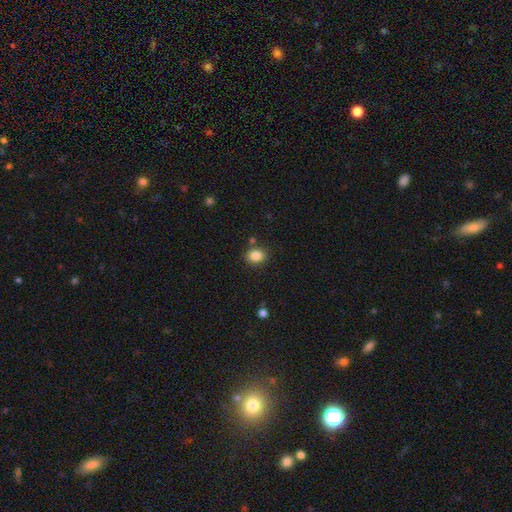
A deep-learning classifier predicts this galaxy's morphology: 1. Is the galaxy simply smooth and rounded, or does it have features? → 85% smooth, 10% star or artifact, 5% featured or disk.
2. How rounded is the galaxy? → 52% round, 47% in between, 1% cigar-shaped.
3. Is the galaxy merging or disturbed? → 83% none, 10% minor disturbance, 5% merger, 3% major disturbance.